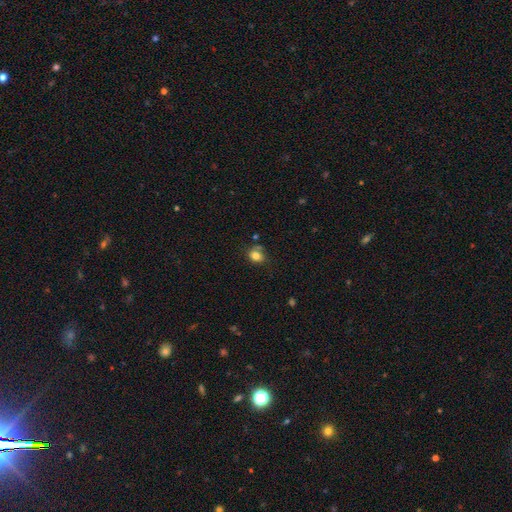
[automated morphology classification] Smooth or featured: smooth — 80% (star or artifact — 11%)
How rounded: round — 53% (in between — 46%)
Merging: none — 62% (minor disturbance — 21%)